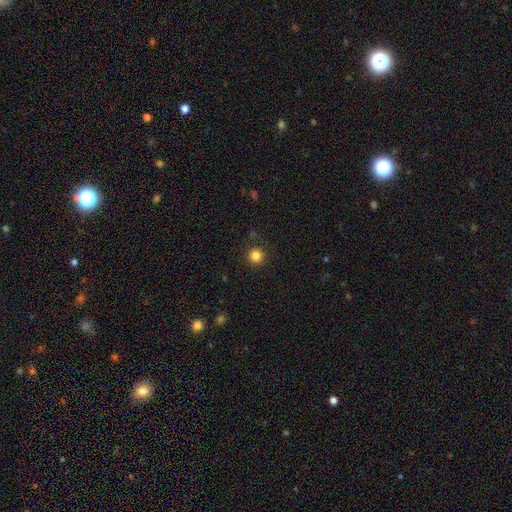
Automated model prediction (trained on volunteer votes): Smooth or featured?
  - smooth: 83% *
  - star or artifact: 13%
  - featured or disk: 4%
How rounded?
  - round: 95% *
  - in between: 4%
  - cigar-shaped: 1%
Merging?
  - none: 91% *
  - minor disturbance: 6%
  - major disturbance: 2%
  - merger: 1%